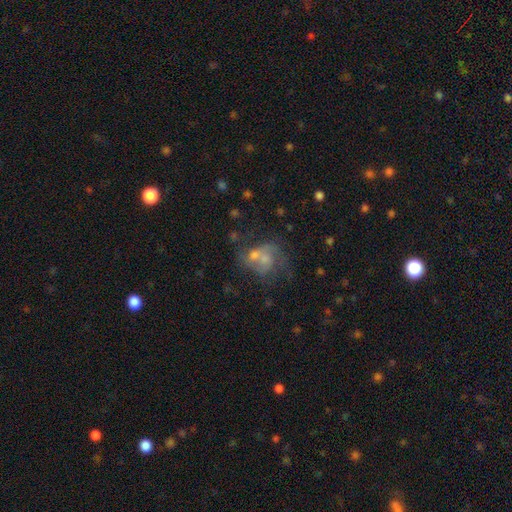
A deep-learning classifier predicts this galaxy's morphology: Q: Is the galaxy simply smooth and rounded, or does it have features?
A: featured or disk — 48%.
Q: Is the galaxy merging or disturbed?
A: none — 33%.